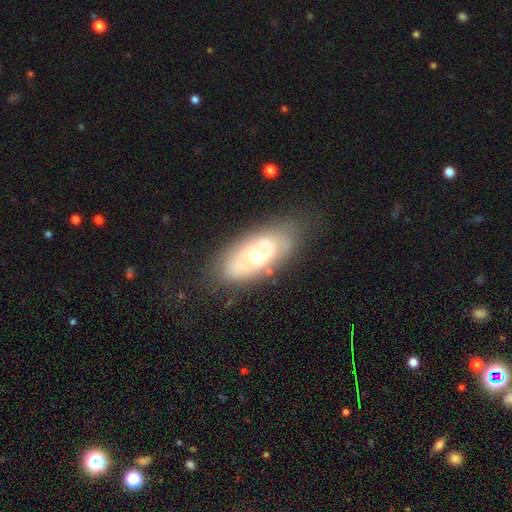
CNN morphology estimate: type=featured or disk (70%); edge-on=no (90%); bar=no (61%); spiral arms=yes (64%); bulge=moderate (68%); merging=none (74%).